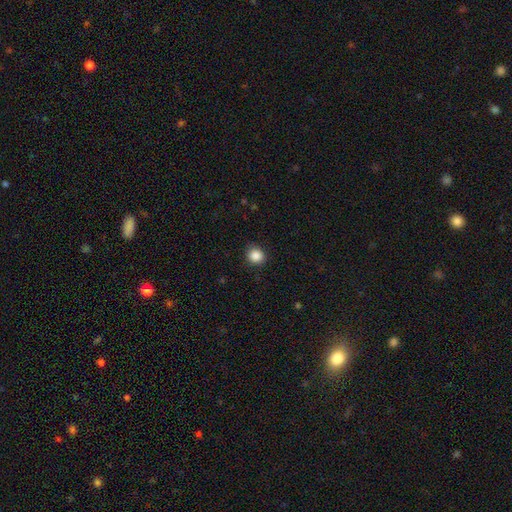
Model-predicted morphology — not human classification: smooth 87%, star or artifact 10%, featured or disk 3%. Down the decision tree: how rounded — round (85%); merging — none (88%).